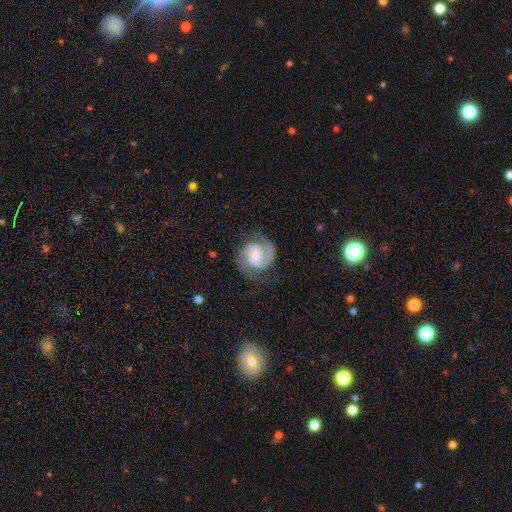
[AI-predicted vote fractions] smooth_or_featured: featured or disk (p=0.91) [alt: smooth p=0.05]
disk_edge_on: no (p=0.98) [alt: yes p=0.02]
bar: weak (p=0.45) [alt: no p=0.41]
has_spiral_arms: yes (p=0.98) [alt: no p=0.02]
spiral_winding: medium (p=0.50) [alt: tight p=0.42]
spiral_arm_count: 2 (p=0.92) [alt: 1 p=0.03]
bulge_size: small (p=0.35) [alt: moderate p=0.33]
merging: none (p=0.80) [alt: minor disturbance p=0.14]